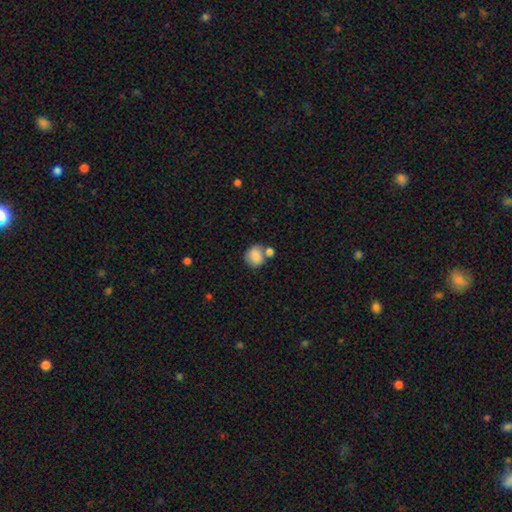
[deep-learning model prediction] This appears to be a smooth galaxy with no disk features (84%) that is round (76%). Merging: none (50%).